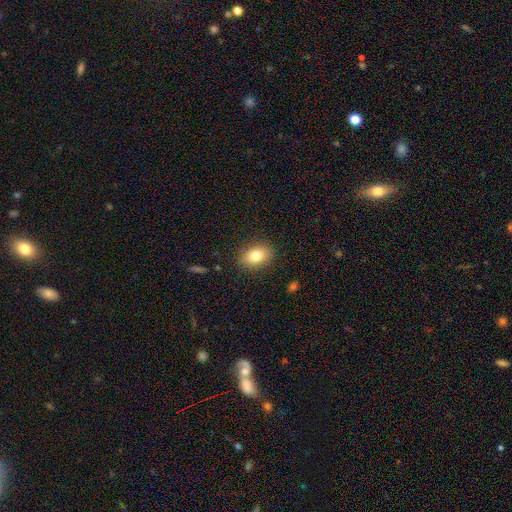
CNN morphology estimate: The model was most divided on "how rounded": in between: 77%, round: 21%, cigar-shaped: 1%. More confident: merging — none (87%); smooth or featured — smooth (82%).